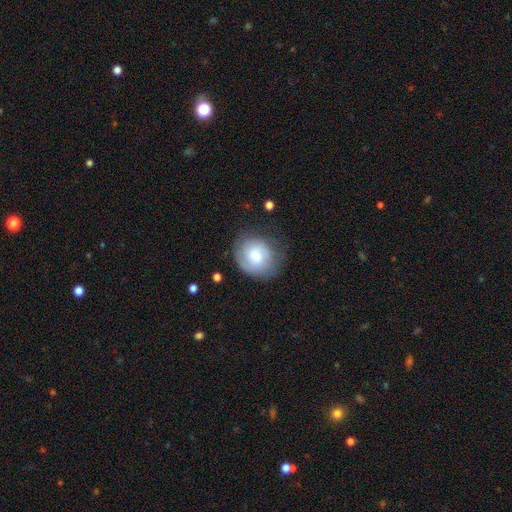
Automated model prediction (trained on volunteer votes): This appears to be a smooth galaxy with no disk features (53%) that is round (71%). Merging: none (67%).